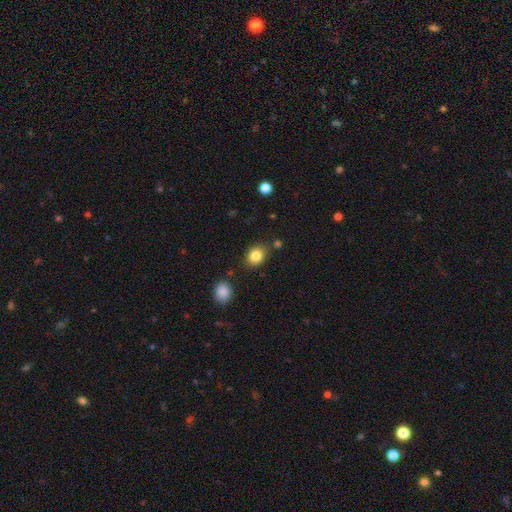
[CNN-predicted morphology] Q: Smooth or featured?
A: smooth (84%); runner-up: star or artifact (10%)
Q: How rounded?
A: round (55%); runner-up: in between (44%)
Q: Merging?
A: none (81%); runner-up: minor disturbance (11%)